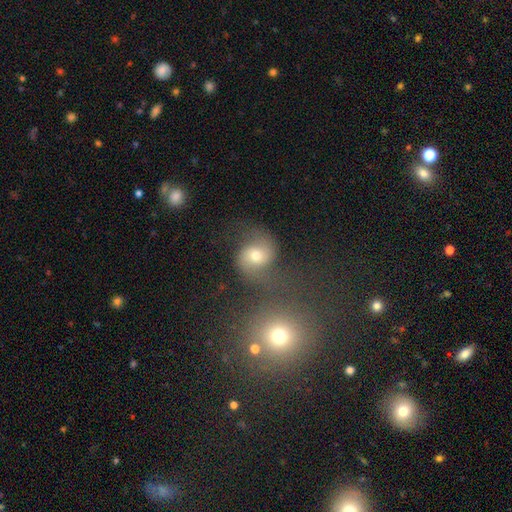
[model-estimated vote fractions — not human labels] Overall: featured or disk (52%; smooth 34%). Edge-on disk: no (97%). Bar: no (61%; weak 30%). Spiral arms: yes (87%). Bulge size: moderate (63%; small 27%). Merging: none (59%).